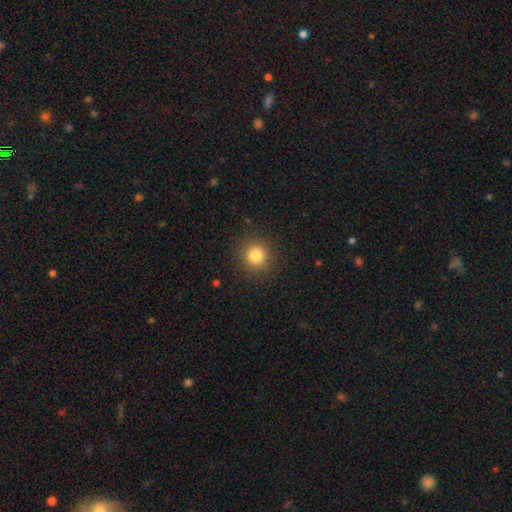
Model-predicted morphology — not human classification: The model was most divided on "smooth or featured": smooth: 82%, star or artifact: 12%, featured or disk: 6%. More confident: how rounded — round (93%); merging — none (90%).